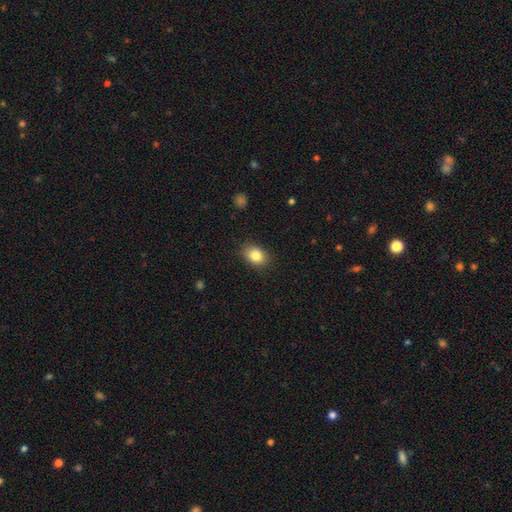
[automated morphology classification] Overall: smooth (84%). How rounded: in between (71%). Merging: none (86%).